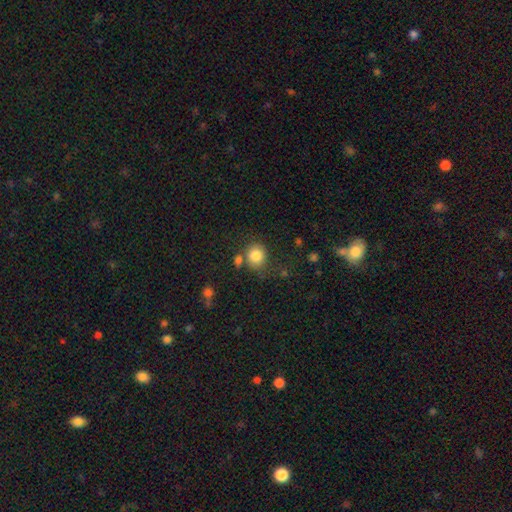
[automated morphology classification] Smooth or featured? smooth (83%)
How rounded? round (80%)
Merging? none (67%)